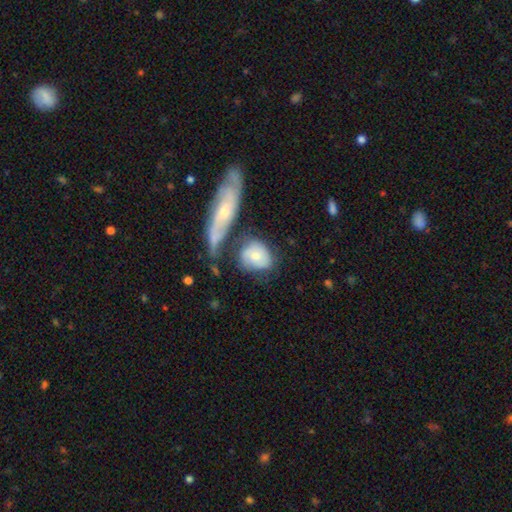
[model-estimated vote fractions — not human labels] Smooth or featured?
  - smooth: 60% *
  - featured or disk: 34%
  - star or artifact: 6%
How rounded?
  - round: 51% *
  - in between: 45%
  - cigar-shaped: 3%
Merging?
  - none: 45% *
  - merger: 25%
  - minor disturbance: 20%
  - major disturbance: 10%